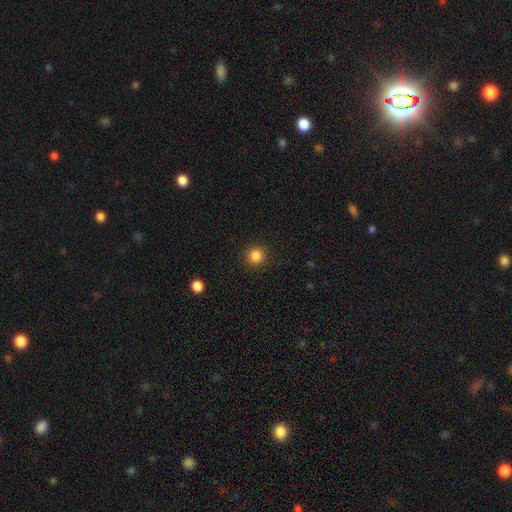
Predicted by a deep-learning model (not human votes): Q: Smooth or featured?
A: smooth (85%); runner-up: star or artifact (11%)
Q: How rounded?
A: round (94%); runner-up: in between (5%)
Q: Merging?
A: none (91%); runner-up: minor disturbance (6%)